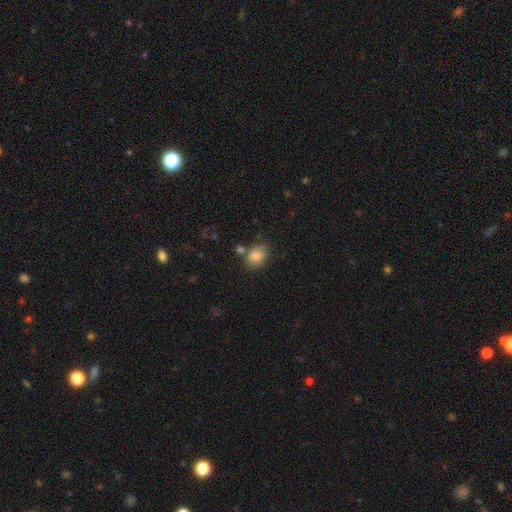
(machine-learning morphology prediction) Smooth or featured? Predicted: smooth (p=0.86). How rounded? Predicted: in between (p=0.76). Merging? Predicted: none (p=0.68).